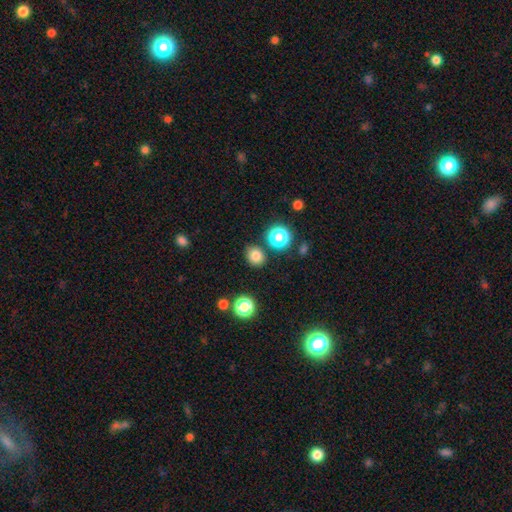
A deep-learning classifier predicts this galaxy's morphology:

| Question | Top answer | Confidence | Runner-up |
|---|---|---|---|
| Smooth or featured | smooth | 78% | star or artifact (16%) |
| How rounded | round | 67% | in between (32%) |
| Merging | none | 82% | minor disturbance (10%) |